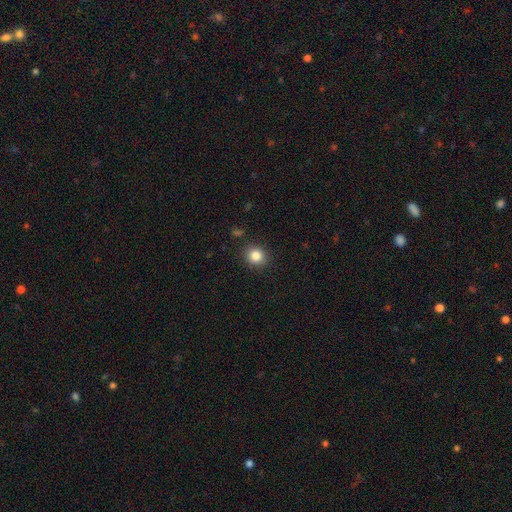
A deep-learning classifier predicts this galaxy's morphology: This is clearly a smooth galaxy (84%). How rounded: clearly round (83%). Merging: clearly none (89%).